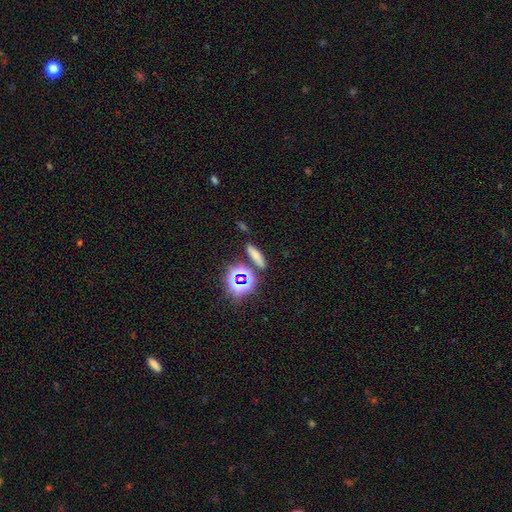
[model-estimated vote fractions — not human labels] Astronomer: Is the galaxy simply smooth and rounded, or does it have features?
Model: smooth — 63%.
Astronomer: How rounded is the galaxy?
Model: cigar-shaped — 54% (runner-up: in between, 34%).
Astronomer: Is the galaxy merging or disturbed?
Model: none — 80%.